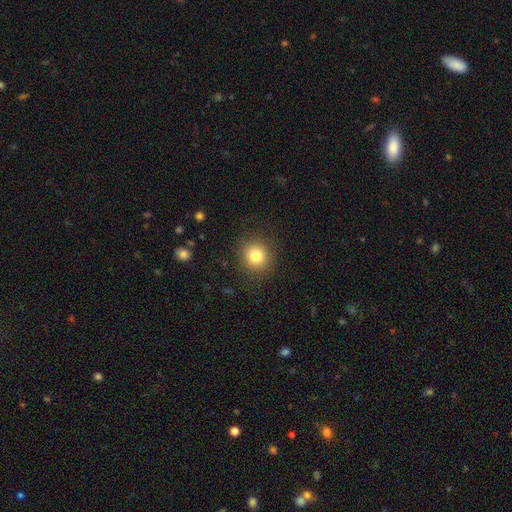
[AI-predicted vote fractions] A smooth galaxy with no disk features (81%) that is round (88%). Merging: none (89%).